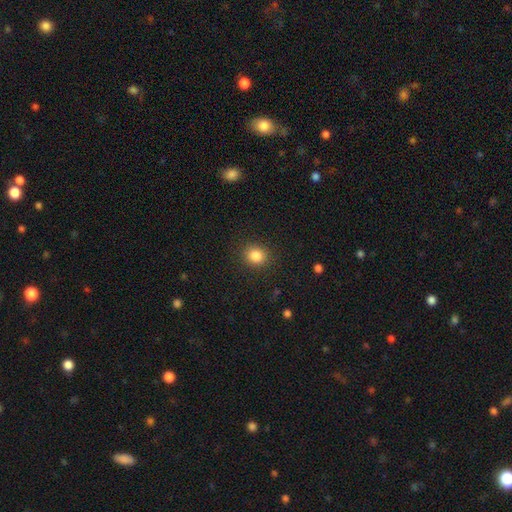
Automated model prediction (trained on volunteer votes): The model was most divided on "how rounded": round: 78%, in between: 22%, cigar-shaped: 1%. More confident: merging — none (89%); smooth or featured — smooth (85%).